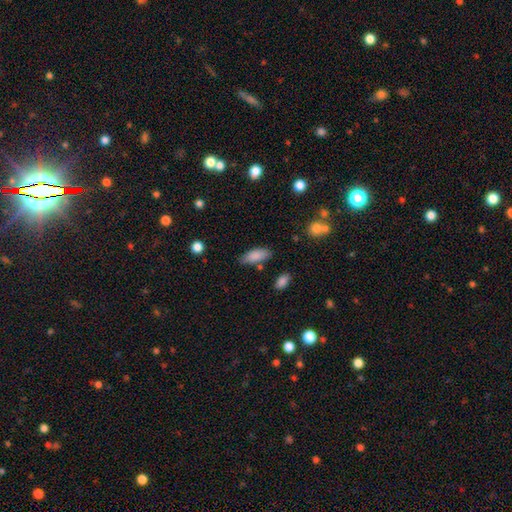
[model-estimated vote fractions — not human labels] smooth_or_featured: smooth (p=0.86) [alt: star or artifact p=0.07]
how_rounded: in between (p=0.79) [alt: cigar-shaped p=0.19]
merging: none (p=0.75) [alt: minor disturbance p=0.16]